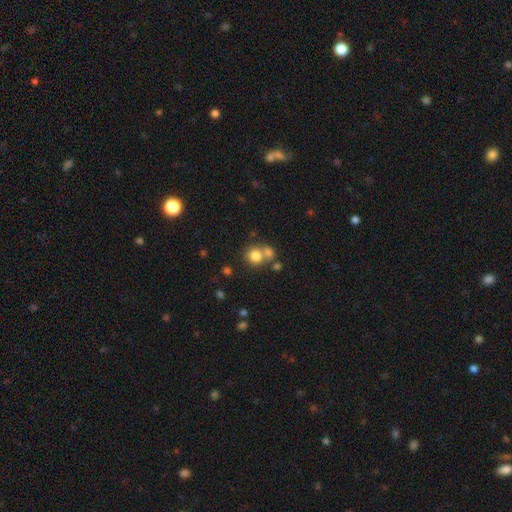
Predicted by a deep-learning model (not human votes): Morphology: type=smooth (79%); roundness=round (84%); merging=none (50%).